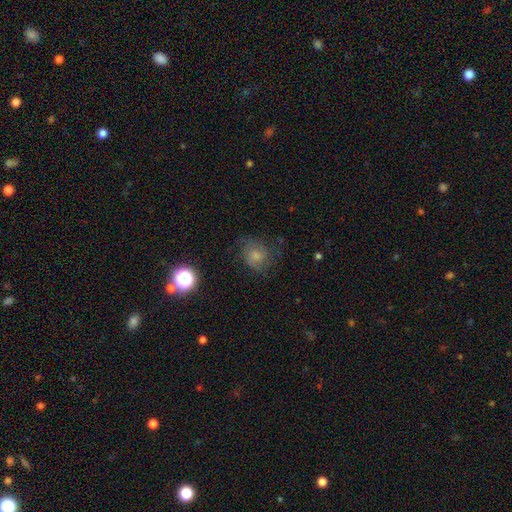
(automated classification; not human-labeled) This is likely a smooth galaxy (60%). How rounded: likely round (75%). Merging: likely none (63%).